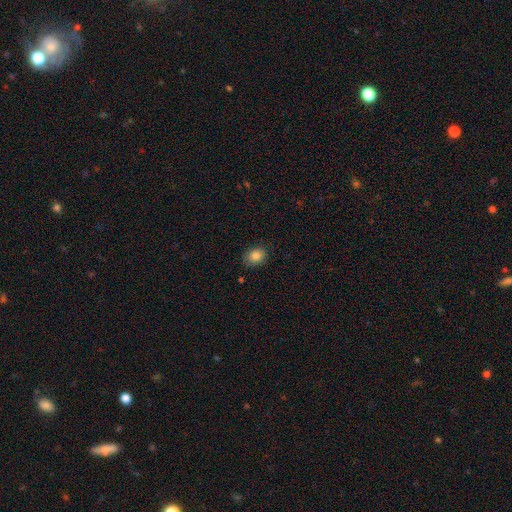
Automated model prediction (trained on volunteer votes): A smooth galaxy with no disk features (84%) that is in between round and cigar-shaped (51%).

Vote fractions:
- Smooth or featured? smooth: 84% / star or artifact: 10% / featured or disk: 6%
- How rounded? in between: 51% / round: 48% / cigar-shaped: 1%
- Merging? none: 83% / minor disturbance: 14% / major disturbance: 3% / merger: 1%